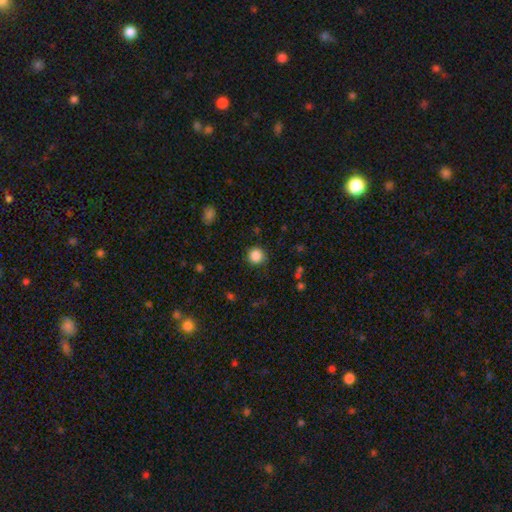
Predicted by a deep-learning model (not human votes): The model was most divided on "smooth or featured": smooth: 86%, star or artifact: 11%, featured or disk: 3%. More confident: how rounded — round (92%); merging — none (86%).